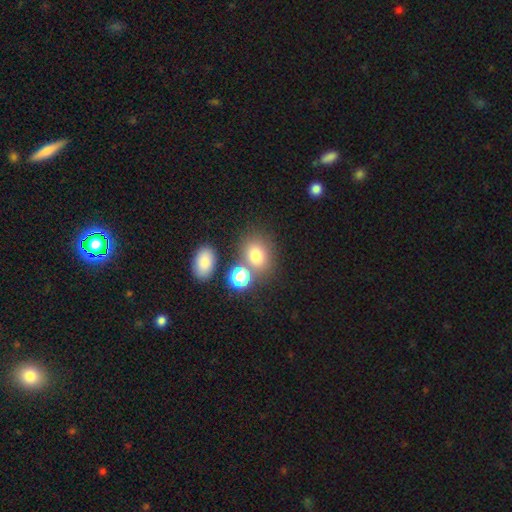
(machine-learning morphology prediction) type=smooth (75%); roundness=round (54%); merging=none (60%).